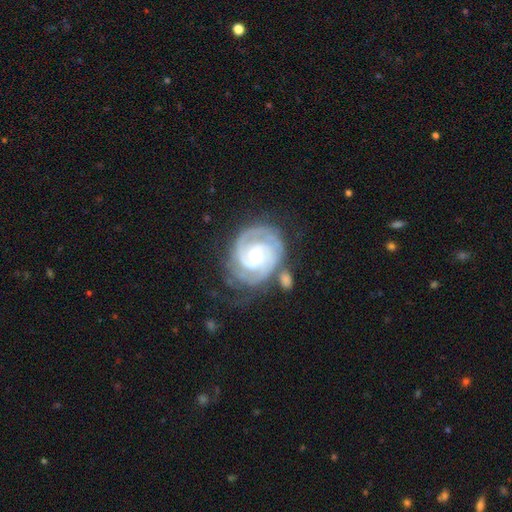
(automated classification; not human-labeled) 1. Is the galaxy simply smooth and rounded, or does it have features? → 91% featured or disk, 5% smooth, 4% star or artifact.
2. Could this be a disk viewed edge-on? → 98% no, 2% yes.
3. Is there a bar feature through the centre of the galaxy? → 60% no, 32% weak, 9% strong.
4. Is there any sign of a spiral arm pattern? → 98% yes, 2% no.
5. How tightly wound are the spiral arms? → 75% tight, 22% medium, 3% loose.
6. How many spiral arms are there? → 56% 2, 22% 3, 12% can't tell, 4% 4, 4% 1, 3% more than 4.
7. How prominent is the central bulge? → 55% small, 39% moderate, 3% large, 2% none, 1% dominant.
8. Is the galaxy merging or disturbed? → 62% none, 21% minor disturbance, 10% major disturbance, 8% merger.